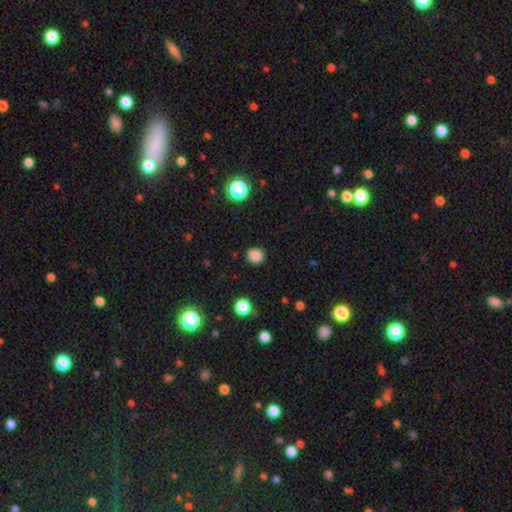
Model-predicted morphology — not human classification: This is clearly a smooth galaxy (84%). How rounded: clearly round (88%). Merging: clearly none (88%).